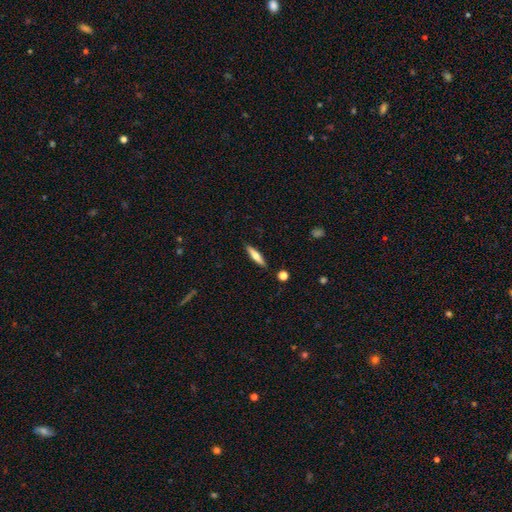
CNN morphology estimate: smooth 56%, featured or disk 38%, star or artifact 6%. Down the decision tree: how rounded — cigar-shaped (82%); merging — none (88%).